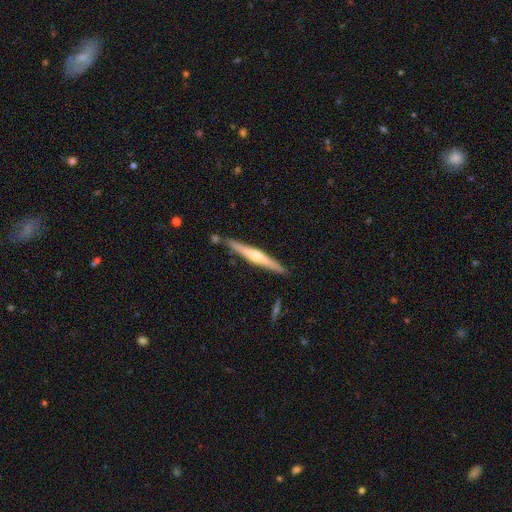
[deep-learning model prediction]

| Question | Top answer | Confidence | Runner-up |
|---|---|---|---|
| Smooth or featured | featured or disk | 63% | smooth (32%) |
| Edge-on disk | yes | 97% | no (3%) |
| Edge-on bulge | rounded | 77% | none (15%) |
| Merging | none | 83% | minor disturbance (11%) |